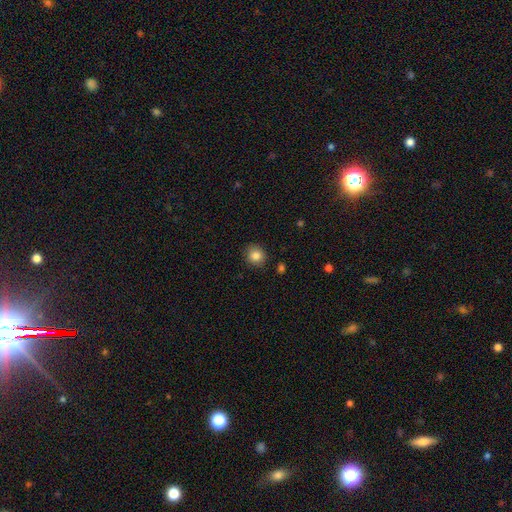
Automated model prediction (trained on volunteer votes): Morphology: type=smooth (84%); roundness=round (84%); merging=none (87%).